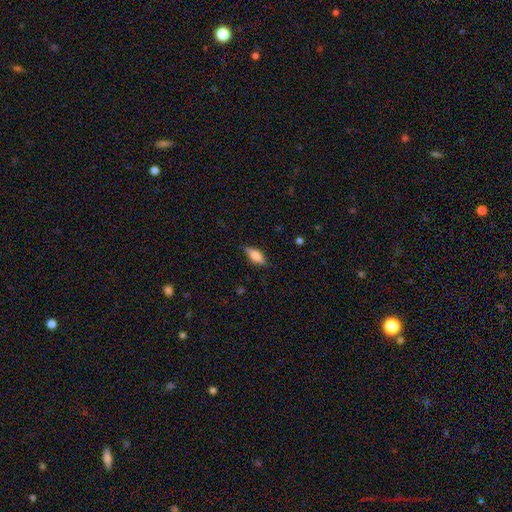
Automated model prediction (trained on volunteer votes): Smooth or featured?
  - smooth: 65% *
  - featured or disk: 27%
  - star or artifact: 7%
How rounded?
  - in between: 71% *
  - cigar-shaped: 26%
  - round: 3%
Merging?
  - none: 82% *
  - minor disturbance: 14%
  - major disturbance: 3%
  - merger: 1%